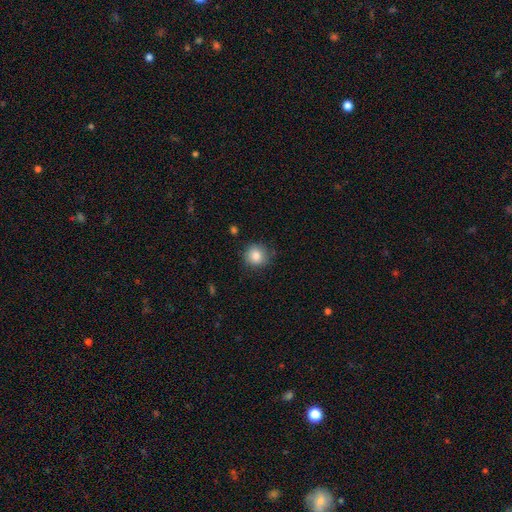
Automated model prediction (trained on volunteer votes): Q: Smooth or featured?
A: smooth (84%); runner-up: star or artifact (9%)
Q: How rounded?
A: round (89%); runner-up: in between (10%)
Q: Merging?
A: none (82%); runner-up: minor disturbance (14%)